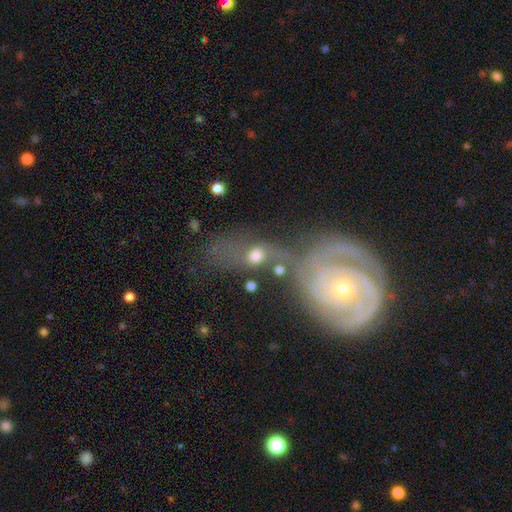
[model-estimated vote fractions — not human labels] Smooth or featured? Predicted: smooth (p=0.49). Merging? Predicted: merger (p=0.39).